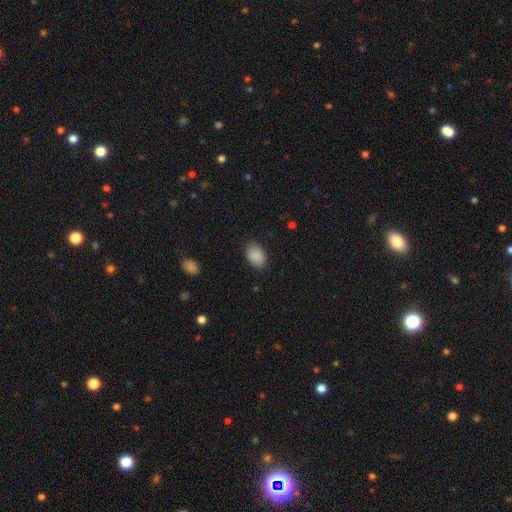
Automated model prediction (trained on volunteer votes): Smooth or featured: smooth — 90% (star or artifact — 7%)
How rounded: in between — 85% (round — 14%)
Merging: none — 83% (minor disturbance — 13%)